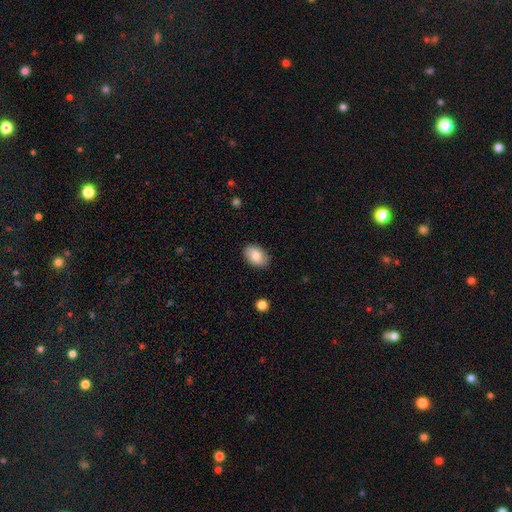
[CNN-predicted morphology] A smooth galaxy with no disk features (83%) that is in between round and cigar-shaped (88%).

Vote fractions:
- Smooth or featured? smooth: 83% / featured or disk: 10% / star or artifact: 7%
- How rounded? in between: 88% / round: 10% / cigar-shaped: 1%
- Merging? none: 86% / minor disturbance: 10% / major disturbance: 2% / merger: 1%